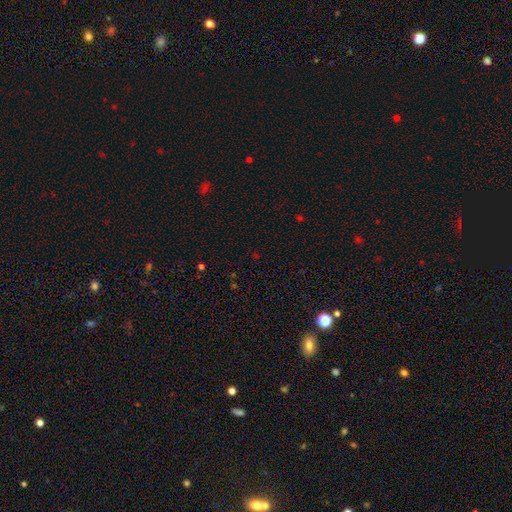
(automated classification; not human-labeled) This appears to be a star or artifact, not a galaxy (64%).